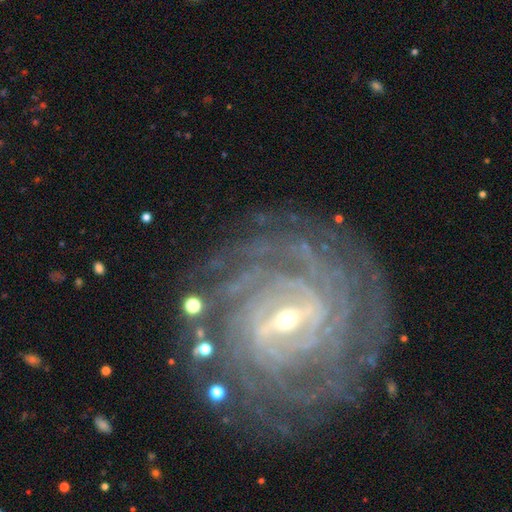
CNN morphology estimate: Overall: featured or disk (91%). Edge-on disk: no (97%). Bar: strong (52%; weak 38%). Spiral arms: yes (98%). Spiral arm count: more than 4 (27%; can't tell 23%). Spiral winding: tight (84%). Bulge size: small (61%; moderate 35%). Merging: none (82%).